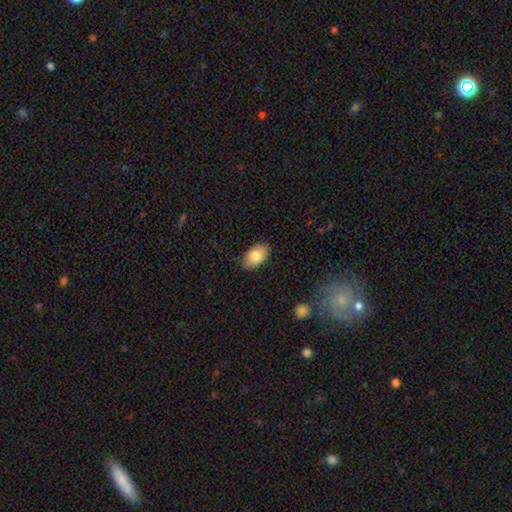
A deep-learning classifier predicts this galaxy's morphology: smooth 83%, featured or disk 10%, star or artifact 7%. Down the decision tree: how rounded — in between (93%); merging — none (85%).